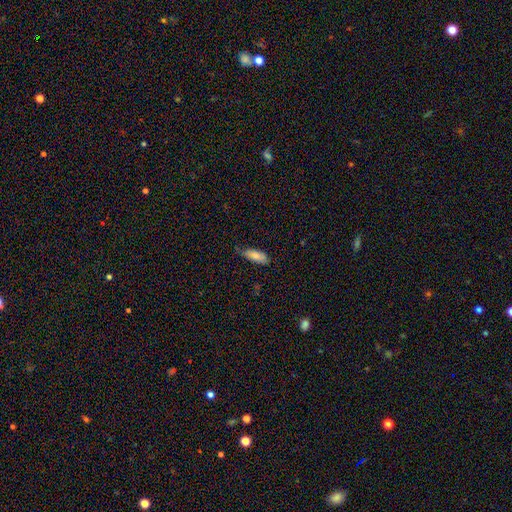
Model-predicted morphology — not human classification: This appears to be a smooth galaxy with no disk features (78%) that is in between round and cigar-shaped (66%). Merging: none (62%).